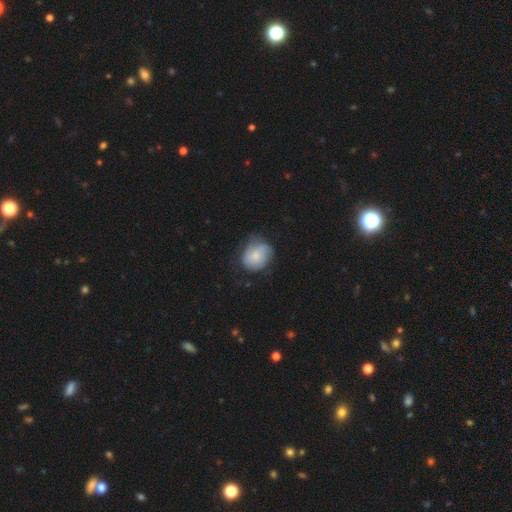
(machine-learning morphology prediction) A smooth galaxy with no disk features (68%) that is round (56%).

Vote fractions:
- Smooth or featured? smooth: 68% / featured or disk: 25% / star or artifact: 7%
- How rounded? round: 56% / in between: 43% / cigar-shaped: 1%
- Merging? none: 51% / minor disturbance: 34% / major disturbance: 13% / merger: 2%